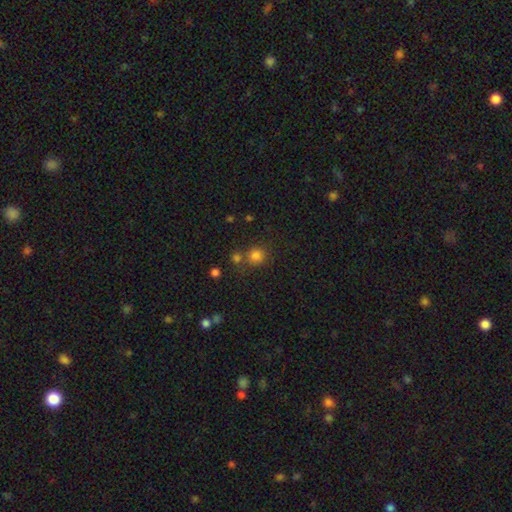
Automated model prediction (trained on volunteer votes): smooth 80%, star or artifact 15%, featured or disk 6%. Down the decision tree: how rounded — round (90%); merging — none (67%).